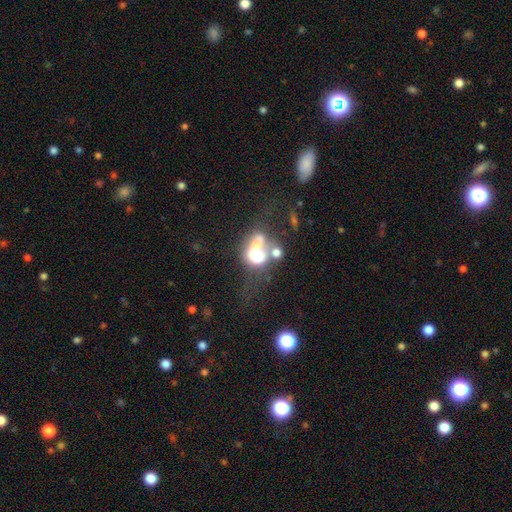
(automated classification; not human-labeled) Smooth or featured? Predicted: smooth (p=0.50). How rounded? Predicted: in between (p=0.53). Merging? Predicted: merger (p=0.52).